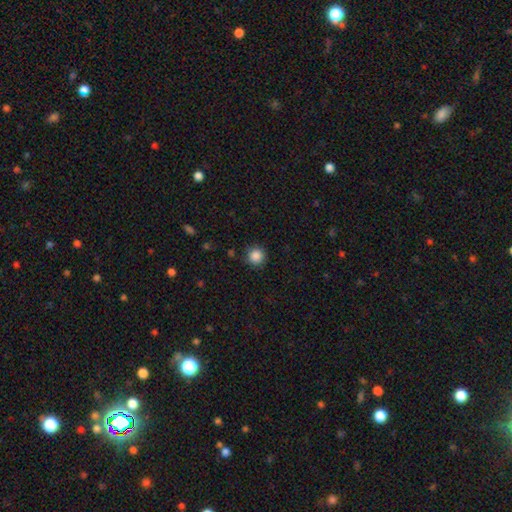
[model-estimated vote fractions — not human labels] Smooth or featured?
  - smooth: 87% *
  - star or artifact: 10%
  - featured or disk: 3%
How rounded?
  - round: 94% *
  - in between: 5%
  - cigar-shaped: 1%
Merging?
  - none: 86% *
  - minor disturbance: 10%
  - major disturbance: 3%
  - merger: 1%